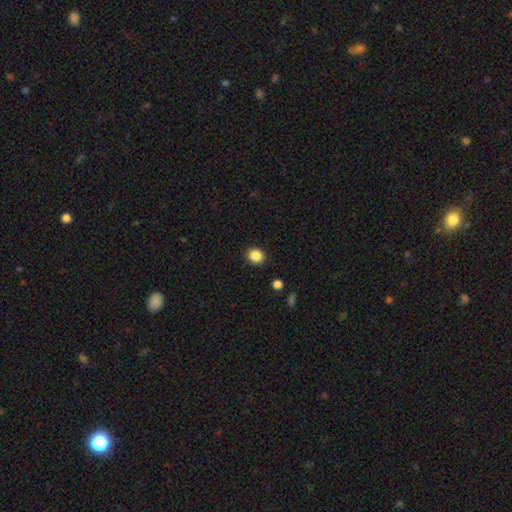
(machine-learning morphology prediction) smooth-or-featured: smooth: 87% | star or artifact: 10% | featured or disk: 3%
  how-rounded: round: 73% | in between: 27% | cigar-shaped: 1%
  merging: none: 91% | minor disturbance: 6% | major disturbance: 2% | merger: 1%